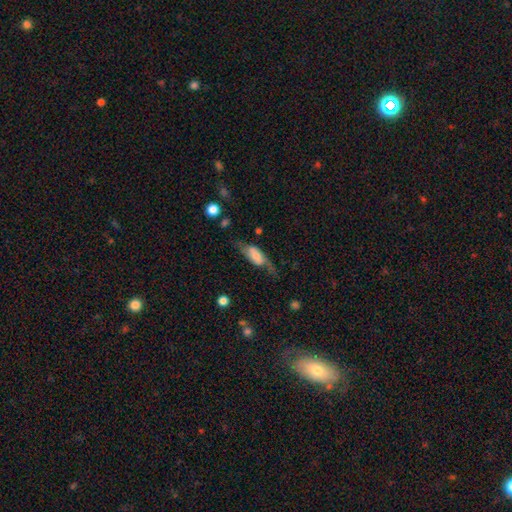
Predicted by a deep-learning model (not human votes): Overall: featured or disk (51%; smooth 42%). Edge-on disk: no (70%). Merging: none (53%; minor disturbance 25%).